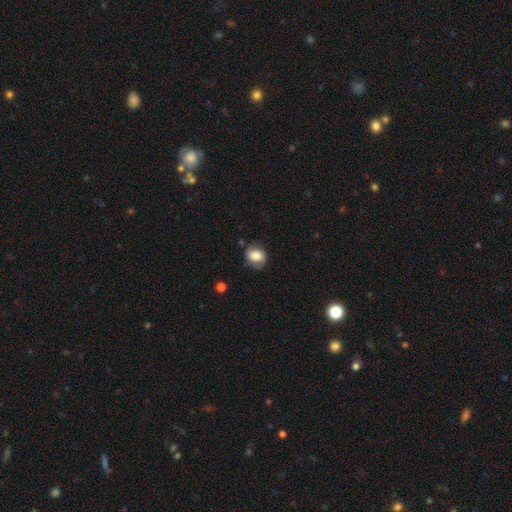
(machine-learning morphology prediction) Q: Smooth or featured?
A: smooth (75%); runner-up: featured or disk (17%)
Q: How rounded?
A: round (55%); runner-up: in between (44%)
Q: Merging?
A: none (73%); runner-up: minor disturbance (20%)